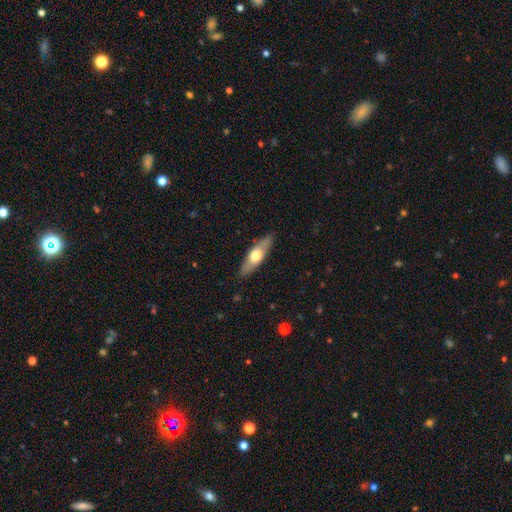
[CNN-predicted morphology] Overall: smooth (48%; featured or disk 47%). Merging: none (86%).